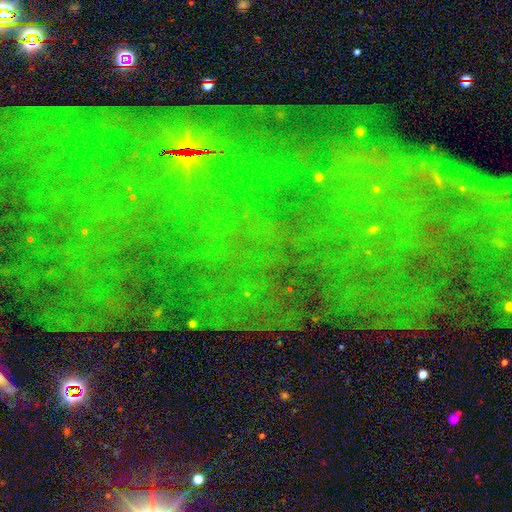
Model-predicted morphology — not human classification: This appears to be a star or artifact, not a galaxy (76%).